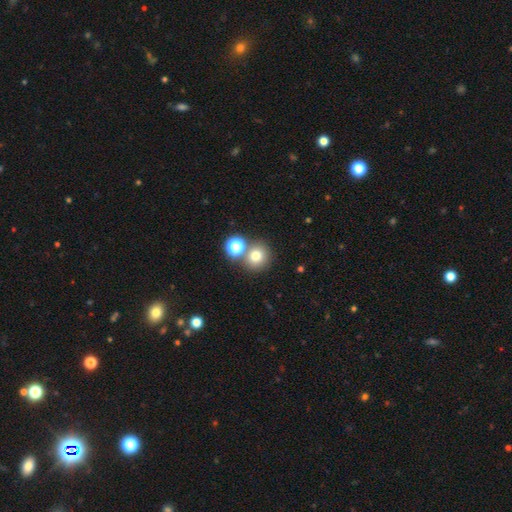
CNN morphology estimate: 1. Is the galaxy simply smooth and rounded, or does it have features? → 75% smooth, 16% star or artifact, 9% featured or disk.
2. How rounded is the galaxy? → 87% round, 12% in between, 1% cigar-shaped.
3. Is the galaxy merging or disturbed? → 68% none, 21% merger, 8% minor disturbance, 3% major disturbance.